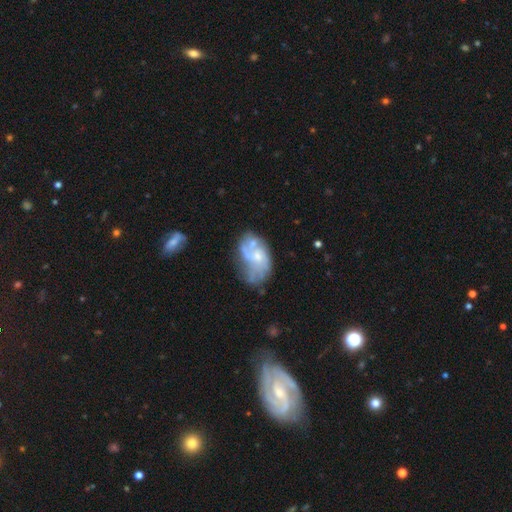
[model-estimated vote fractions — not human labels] smooth_or_featured: featured or disk (p=0.62) [alt: smooth p=0.30]
disk_edge_on: no (p=0.97) [alt: yes p=0.03]
bar: no (p=0.80) [alt: weak p=0.17]
has_spiral_arms: no (p=0.55) [alt: yes p=0.45]
bulge_size: small (p=0.46) [alt: moderate p=0.35]
merging: none (p=0.35) [alt: minor disturbance p=0.25]